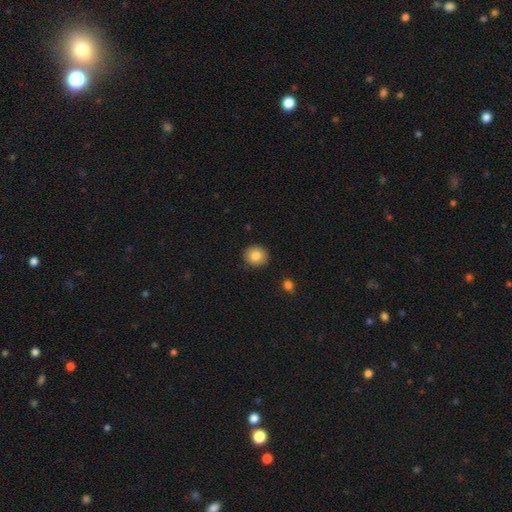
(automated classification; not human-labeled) smooth 83%, star or artifact 9%, featured or disk 8%. Down the decision tree: how rounded — round (86%); merging — none (90%).